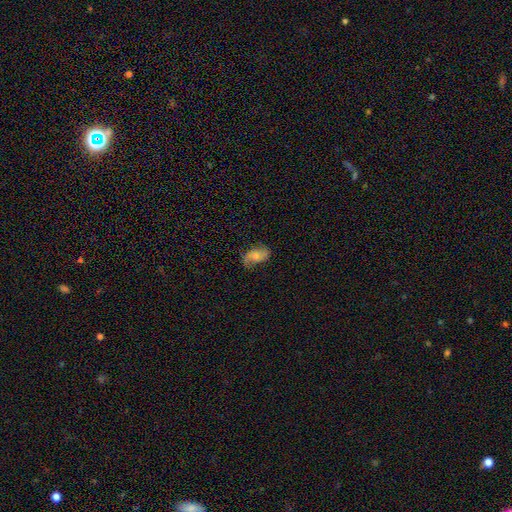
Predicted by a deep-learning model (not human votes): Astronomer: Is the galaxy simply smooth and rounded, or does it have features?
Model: featured or disk — 60%.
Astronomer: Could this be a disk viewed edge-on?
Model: no — 96%.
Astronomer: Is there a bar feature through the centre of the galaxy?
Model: no — 65%.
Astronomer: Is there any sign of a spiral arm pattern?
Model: yes — 91%.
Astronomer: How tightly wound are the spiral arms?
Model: loose — 59%.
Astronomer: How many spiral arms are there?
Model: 2 — 85%.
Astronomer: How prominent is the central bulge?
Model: small — 43% (runner-up: moderate, 39%).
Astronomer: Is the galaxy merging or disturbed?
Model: none — 68%.